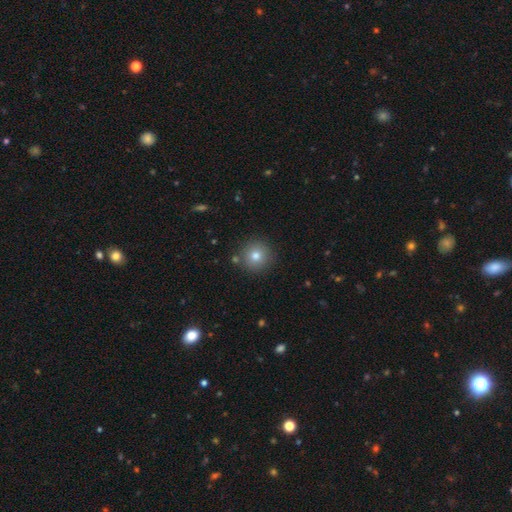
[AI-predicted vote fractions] A smooth galaxy with no disk features (79%) that is round (95%).

Vote fractions:
- Smooth or featured? smooth: 79% / star or artifact: 12% / featured or disk: 10%
- How rounded? round: 95% / in between: 4% / cigar-shaped: 1%
- Merging? none: 87% / minor disturbance: 7% / merger: 4% / major disturbance: 2%